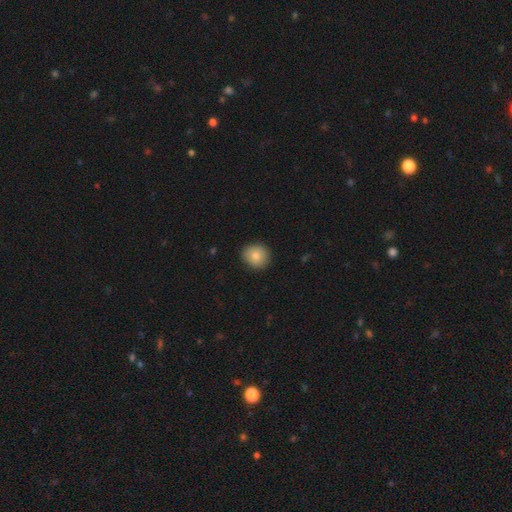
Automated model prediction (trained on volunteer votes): Smooth or featured? smooth (81%)
How rounded? round (80%)
Merging? none (88%)